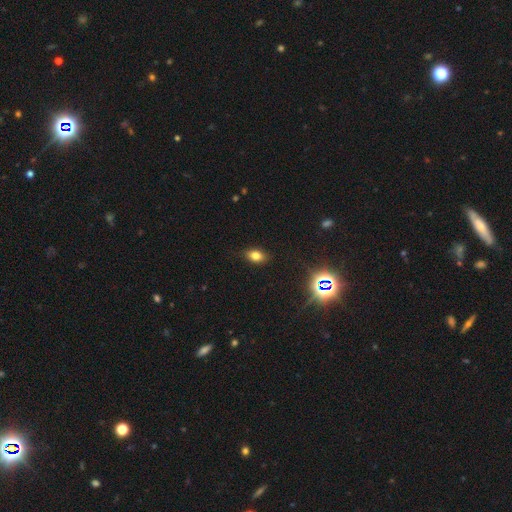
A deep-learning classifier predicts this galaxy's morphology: This is likely a smooth galaxy (75%). How rounded: clearly in between (83%). Merging: clearly none (86%).